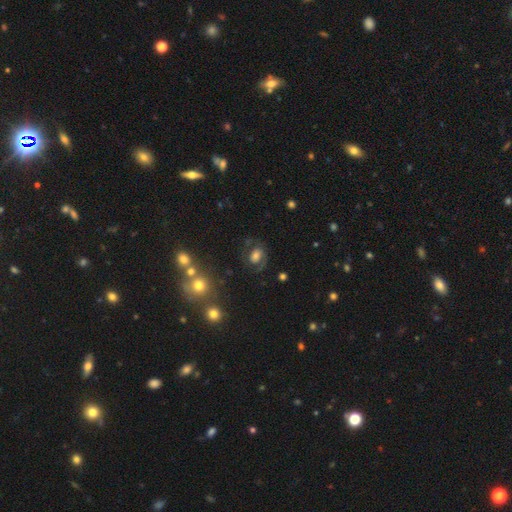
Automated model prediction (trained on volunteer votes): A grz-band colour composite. It shows a featured or disk galaxy (54%) with no bar (56%), spiral arms (76%) and a moderate central bulge (49%). Merging: none (66%).